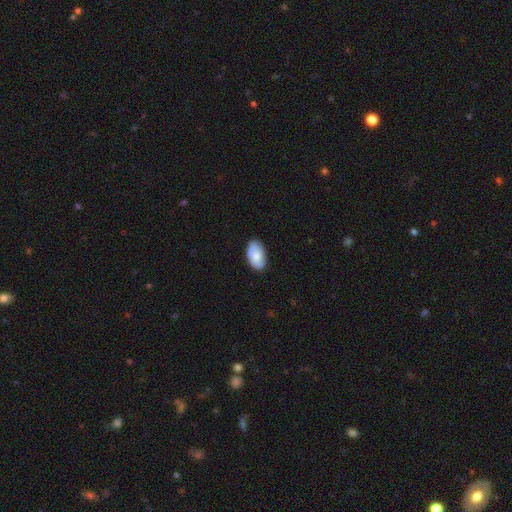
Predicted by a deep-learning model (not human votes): The model was most divided on "smooth or featured": smooth: 75%, featured or disk: 19%, star or artifact: 6%. More confident: how rounded — in between (94%); merging — none (76%).